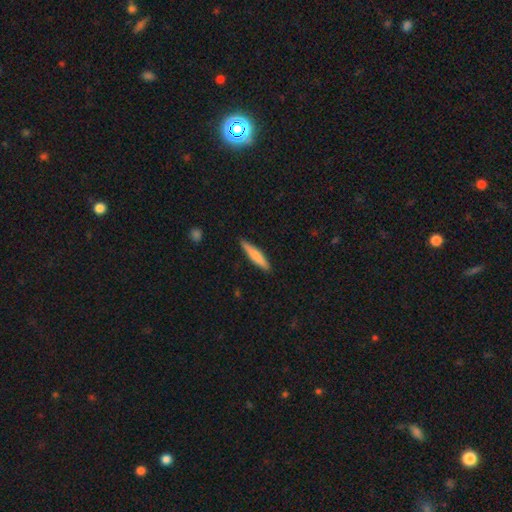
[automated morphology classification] Smooth or featured? smooth (72%)
How rounded? cigar-shaped (91%)
Merging? none (90%)